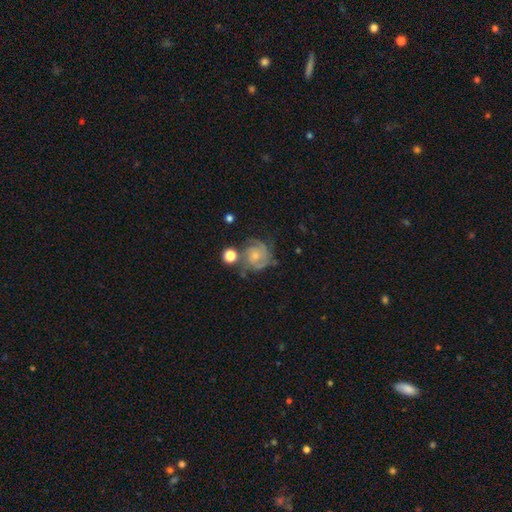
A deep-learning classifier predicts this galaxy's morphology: type=featured or disk (74%); edge-on=no (98%); bar=no (77%); spiral arms=yes (93%); winding=tight (56%); arm count=3 (32%); bulge=small (59%); merging=none (55%).